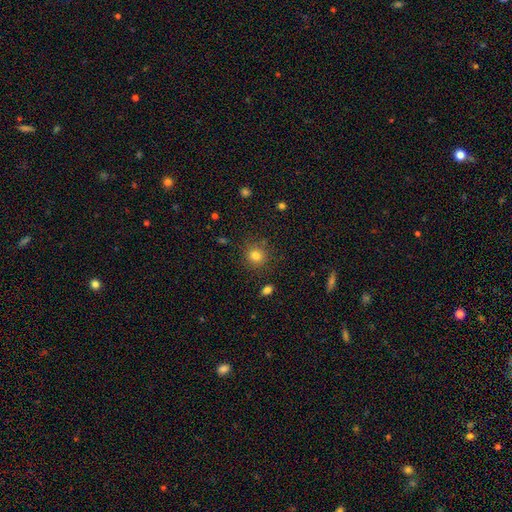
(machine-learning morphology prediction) Smooth or featured? smooth (81%)
How rounded? round (90%)
Merging? none (85%)